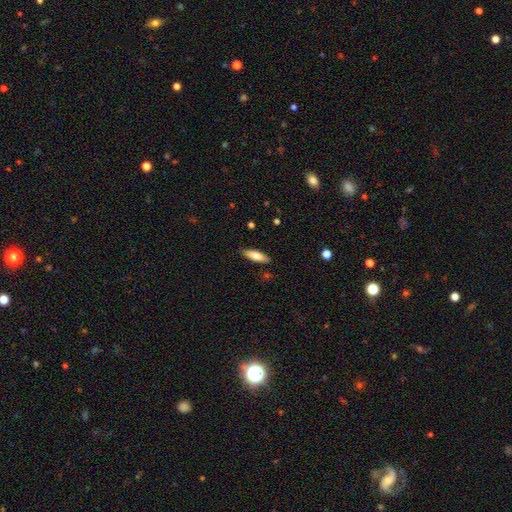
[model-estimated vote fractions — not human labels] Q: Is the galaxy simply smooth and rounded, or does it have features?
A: smooth — 69%.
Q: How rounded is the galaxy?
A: in between — 52%.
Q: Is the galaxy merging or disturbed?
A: none — 86%.